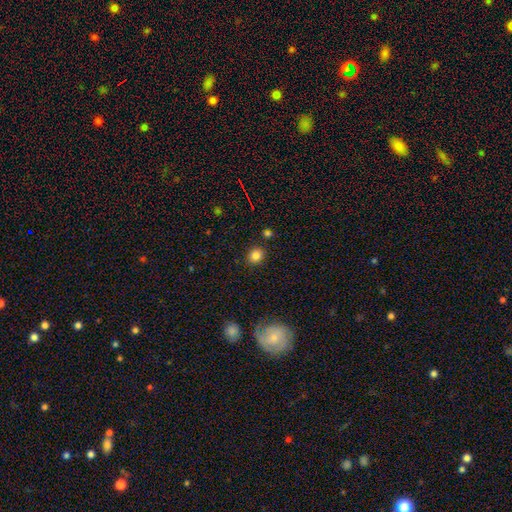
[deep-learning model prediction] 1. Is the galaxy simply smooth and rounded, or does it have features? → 82% smooth, 13% star or artifact, 6% featured or disk.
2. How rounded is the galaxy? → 75% round, 24% in between, 1% cigar-shaped.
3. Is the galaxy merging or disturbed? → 86% none, 8% minor disturbance, 3% merger, 2% major disturbance.